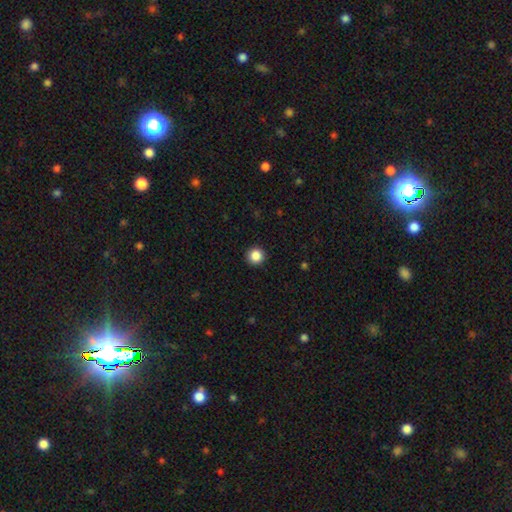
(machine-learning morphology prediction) smooth-or-featured: smooth: 87% | star or artifact: 10% | featured or disk: 3%
  how-rounded: round: 95% | in between: 4% | cigar-shaped: 1%
  merging: none: 92% | minor disturbance: 5% | major disturbance: 2% | merger: 1%